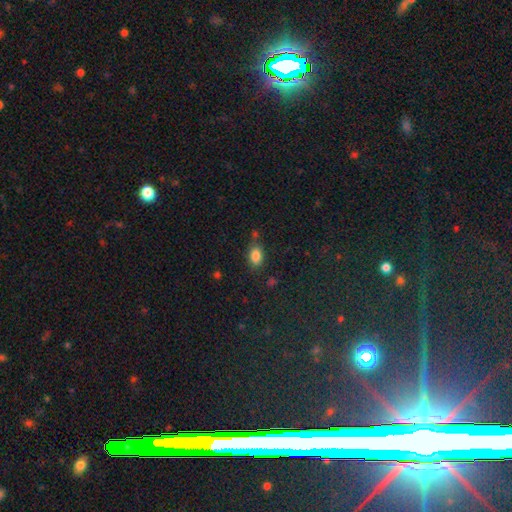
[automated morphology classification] smooth_or_featured: smooth (p=0.84) [alt: star or artifact p=0.10]
how_rounded: in between (p=0.84) [alt: round p=0.13]
merging: none (p=0.74) [alt: minor disturbance p=0.16]